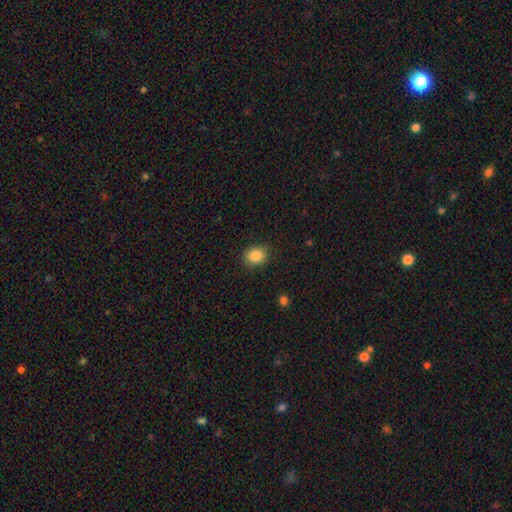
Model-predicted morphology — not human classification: type=smooth (86%); roundness=round (67%); merging=none (88%).